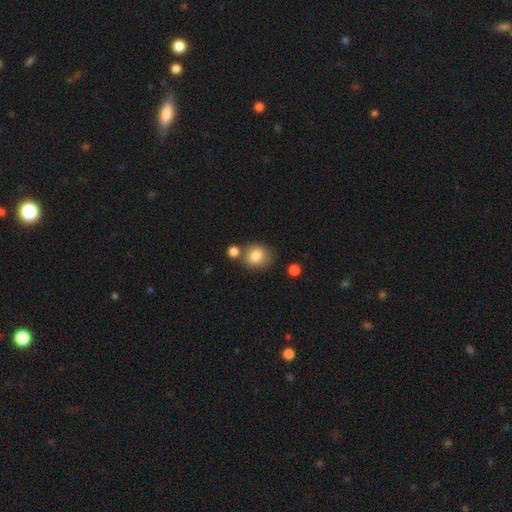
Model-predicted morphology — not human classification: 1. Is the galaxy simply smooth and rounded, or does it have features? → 83% smooth, 10% star or artifact, 8% featured or disk.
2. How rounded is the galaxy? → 78% round, 21% in between, 1% cigar-shaped.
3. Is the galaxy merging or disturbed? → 68% none, 16% merger, 12% minor disturbance, 3% major disturbance.